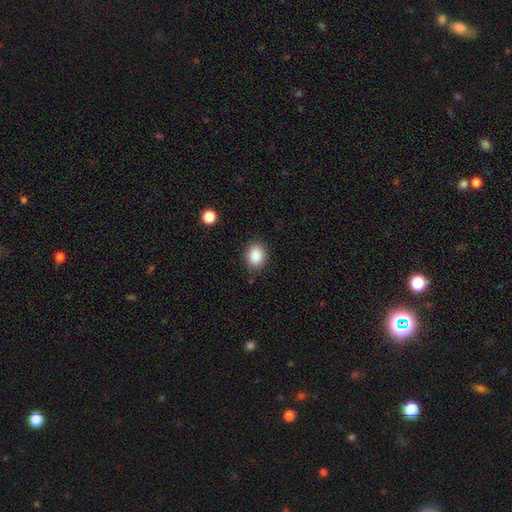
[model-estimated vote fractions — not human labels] smooth-or-featured: smooth: 88% | star or artifact: 9% | featured or disk: 3%
  how-rounded: in between: 52% | round: 47% | cigar-shaped: 1%
  merging: none: 86% | minor disturbance: 10% | major disturbance: 3% | merger: 1%